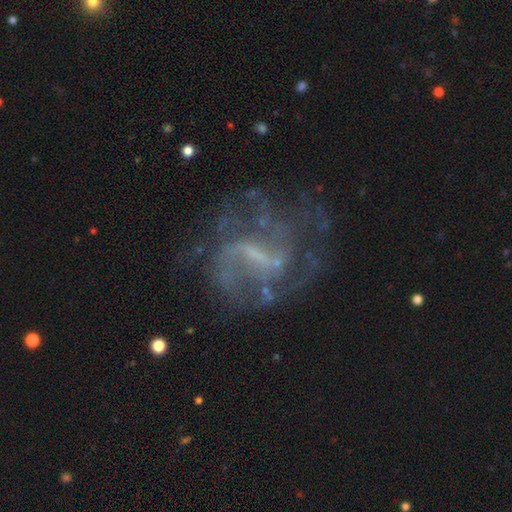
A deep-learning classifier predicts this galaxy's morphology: featured or disk 78%, star or artifact 12%, smooth 10%. Down the decision tree: edge-on disk — no (97%); bar — weak (49%); spiral arms — yes (74%); spiral arm count — can't tell (38%); spiral winding — loose (41%); bulge size — small (44%); merging — none (52%).